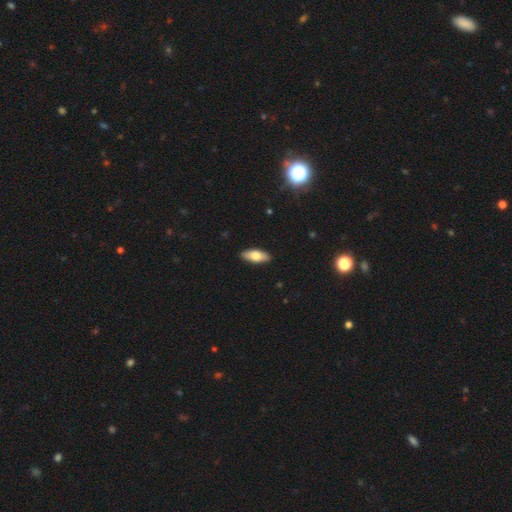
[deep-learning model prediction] A smooth galaxy with no disk features (74%) that is in between round and cigar-shaped (82%). Merging: none (91%).